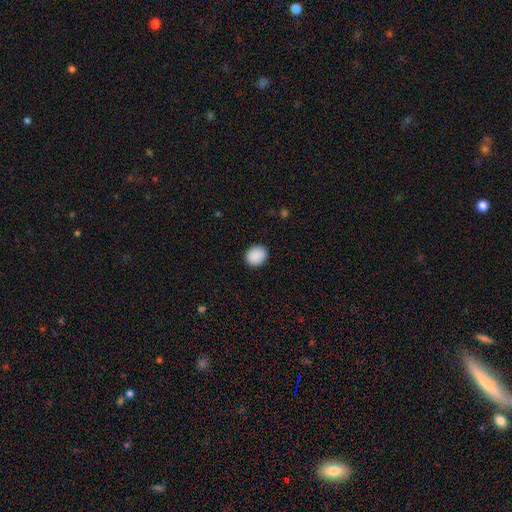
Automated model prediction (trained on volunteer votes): Smooth or featured?
  - smooth: 90% *
  - star or artifact: 7%
  - featured or disk: 2%
How rounded?
  - round: 64% *
  - in between: 35%
  - cigar-shaped: 1%
Merging?
  - none: 89% *
  - minor disturbance: 8%
  - major disturbance: 2%
  - merger: 1%